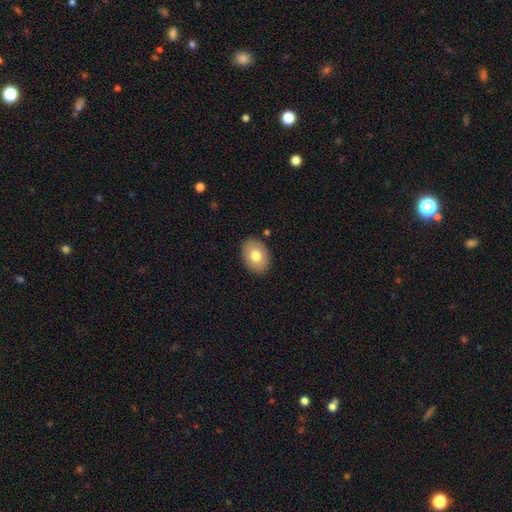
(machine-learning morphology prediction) smooth_or_featured: smooth (p=0.77) [alt: featured or disk p=0.15]
how_rounded: in between (p=0.75) [alt: round p=0.24]
merging: none (p=0.88) [alt: minor disturbance p=0.09]